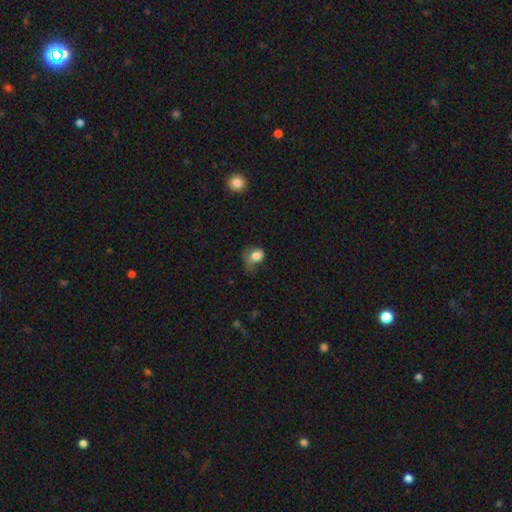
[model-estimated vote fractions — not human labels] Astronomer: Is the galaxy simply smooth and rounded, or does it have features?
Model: smooth — 78%.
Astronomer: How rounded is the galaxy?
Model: in between — 52% (runner-up: round, 46%).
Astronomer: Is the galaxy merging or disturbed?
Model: major disturbance — 42% (runner-up: minor disturbance, 30%).